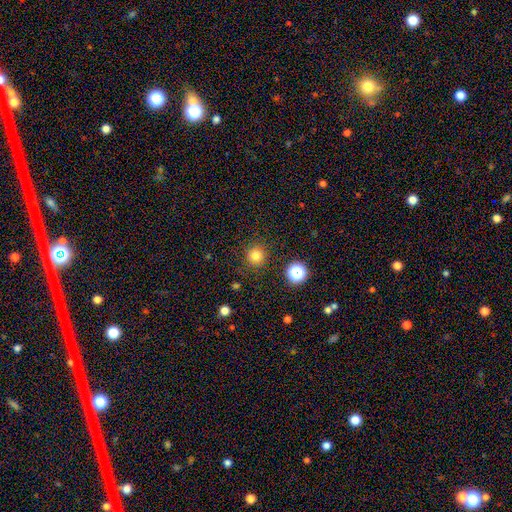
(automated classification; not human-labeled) smooth_or_featured: smooth (p=0.79) [alt: star or artifact p=0.16]
how_rounded: round (p=0.94) [alt: in between p=0.06]
merging: none (p=0.87) [alt: minor disturbance p=0.08]